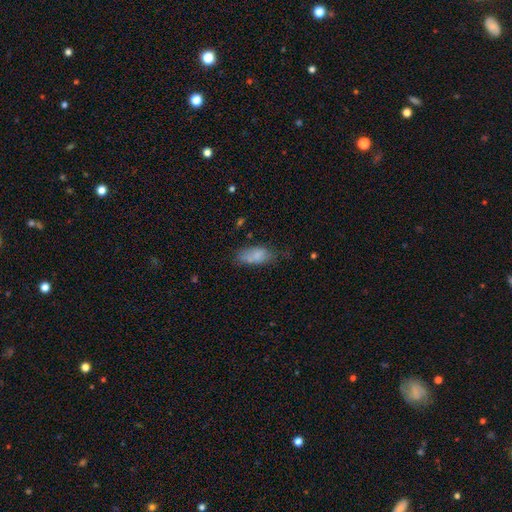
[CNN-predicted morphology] Smooth or featured?
  - smooth: 76% *
  - featured or disk: 15%
  - star or artifact: 9%
How rounded?
  - in between: 85% *
  - cigar-shaped: 12%
  - round: 3%
Merging?
  - none: 50% *
  - minor disturbance: 31%
  - major disturbance: 14%
  - merger: 5%